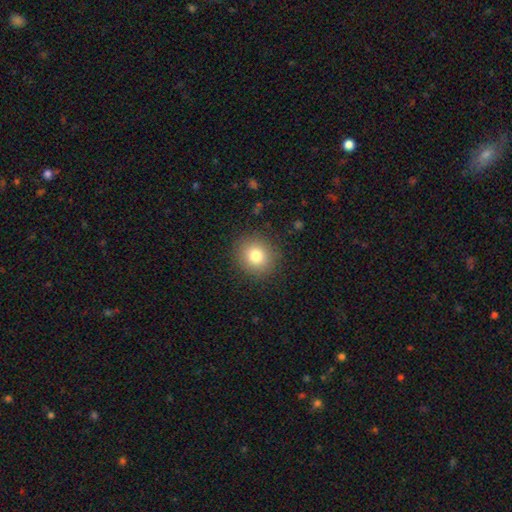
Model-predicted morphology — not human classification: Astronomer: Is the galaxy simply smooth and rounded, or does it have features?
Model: smooth — 80%.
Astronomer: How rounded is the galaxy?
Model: round — 85%.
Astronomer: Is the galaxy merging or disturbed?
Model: none — 89%.